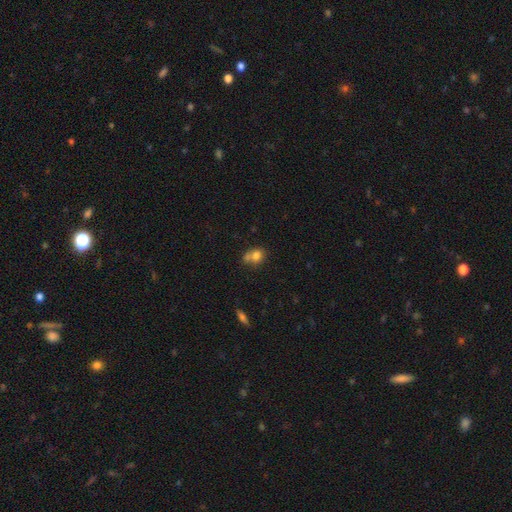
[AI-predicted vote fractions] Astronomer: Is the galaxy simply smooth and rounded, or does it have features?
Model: smooth — 76%.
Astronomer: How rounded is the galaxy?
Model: round — 58% (runner-up: in between, 41%).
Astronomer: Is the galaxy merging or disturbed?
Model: merger — 41% (runner-up: none, 39%).